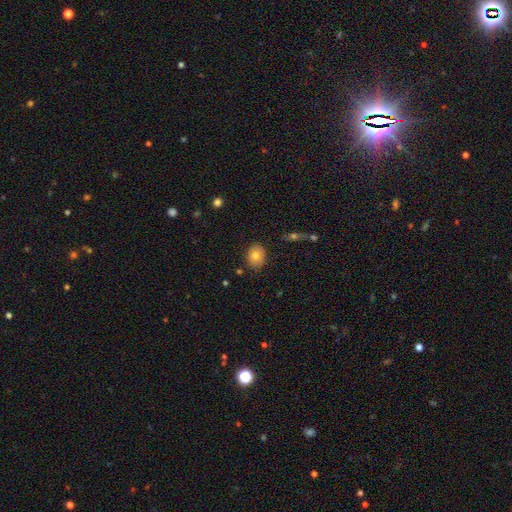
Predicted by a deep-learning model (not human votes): A smooth galaxy with no disk features (79%) that is in between round and cigar-shaped (52%).

Vote fractions:
- Smooth or featured? smooth: 79% / featured or disk: 13% / star or artifact: 9%
- How rounded? in between: 52% / round: 47% / cigar-shaped: 1%
- Merging? none: 87% / minor disturbance: 10% / major disturbance: 2% / merger: 2%